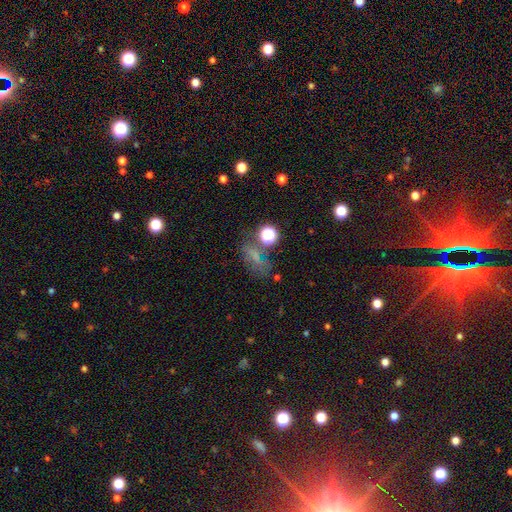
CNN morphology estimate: type=smooth (51%); roundness=in between (64%); merging=none (51%).